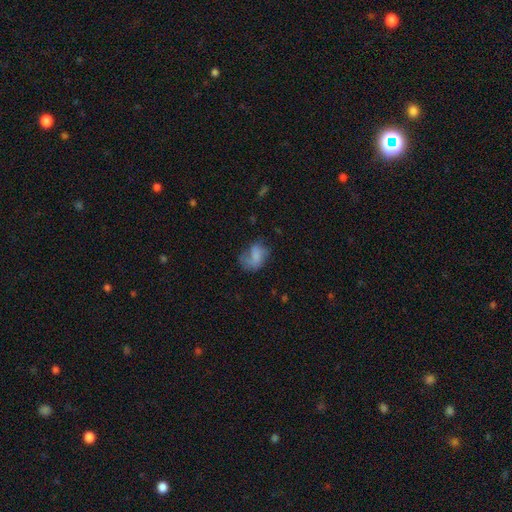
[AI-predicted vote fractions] This appears to be a smooth galaxy with no disk features (62%) that is in between round and cigar-shaped (73%). Merging: major disturbance (35%).